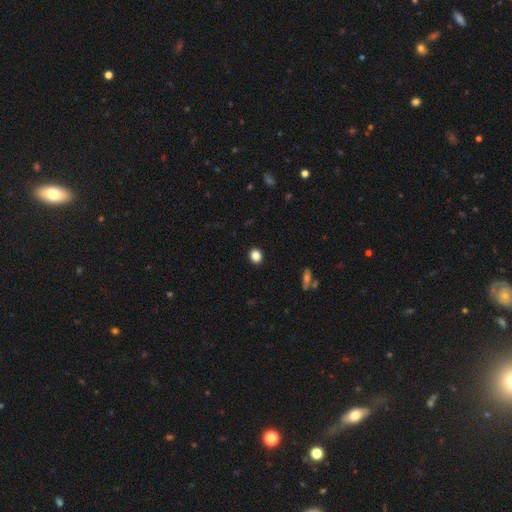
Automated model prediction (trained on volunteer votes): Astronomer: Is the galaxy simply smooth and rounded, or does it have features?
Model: smooth — 85%.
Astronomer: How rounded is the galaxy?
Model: round — 72%.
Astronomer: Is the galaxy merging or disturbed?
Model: none — 92%.